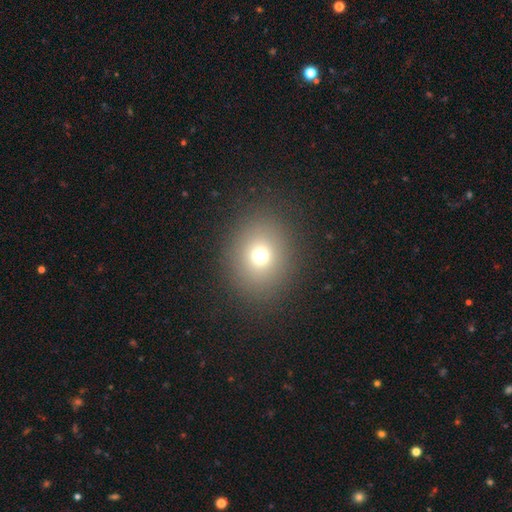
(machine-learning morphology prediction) type=smooth (70%); roundness=round (69%); merging=none (86%).